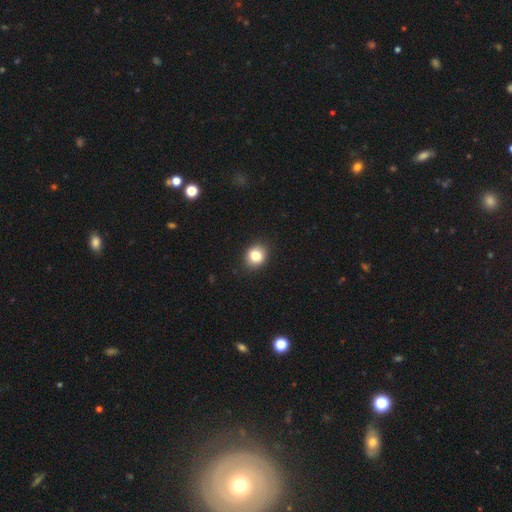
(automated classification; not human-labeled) Smooth or featured: smooth — 84% (star or artifact — 9%)
How rounded: round — 67% (in between — 33%)
Merging: none — 88% (minor disturbance — 9%)